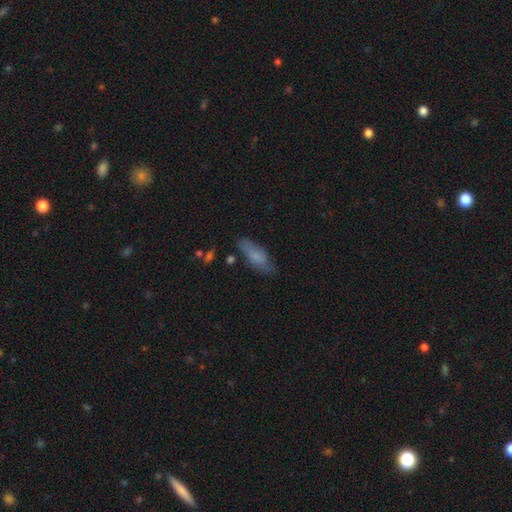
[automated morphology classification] smooth_or_featured: smooth (p=0.73) [alt: featured or disk p=0.20]
how_rounded: in between (p=0.67) [alt: cigar-shaped p=0.31]
merging: none (p=0.66) [alt: minor disturbance p=0.24]